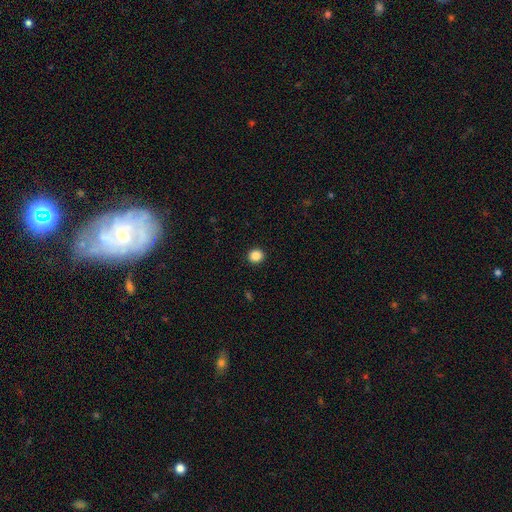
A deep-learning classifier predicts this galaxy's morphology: smooth_or_featured: smooth (p=0.86) [alt: star or artifact p=0.11]
how_rounded: round (p=0.90) [alt: in between p=0.09]
merging: none (p=0.93) [alt: minor disturbance p=0.04]